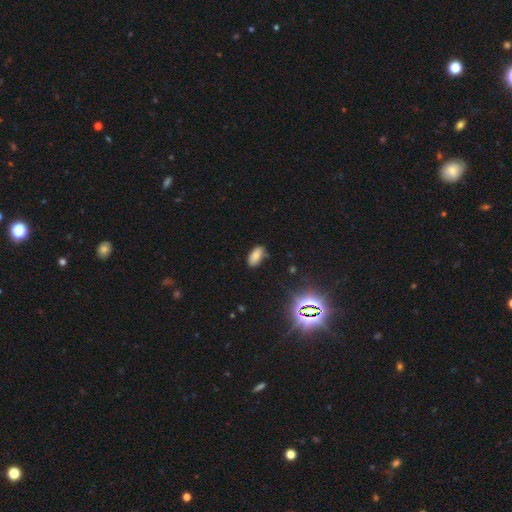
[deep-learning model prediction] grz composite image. It shows a smooth galaxy with no disk features (75%) that is in between round and cigar-shaped (92%). Merging: none (77%).